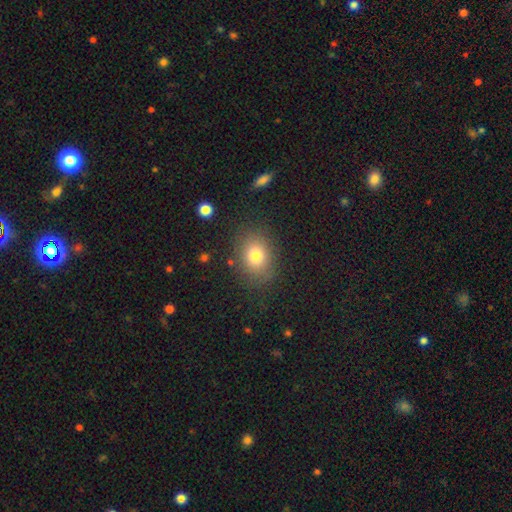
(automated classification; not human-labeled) This appears to be a smooth galaxy with no disk features (77%) that is in between round and cigar-shaped (53%). Merging: none (82%).